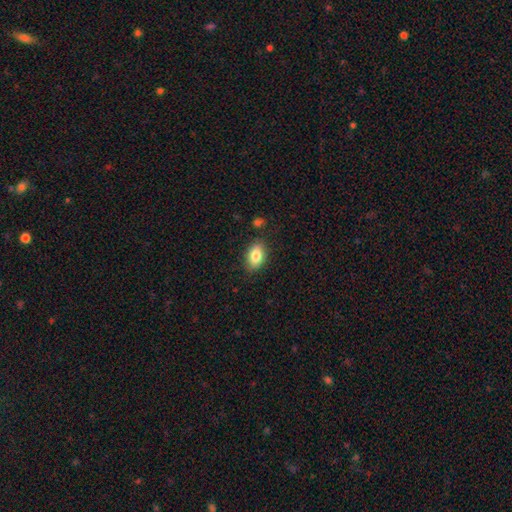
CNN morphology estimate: A smooth galaxy with no disk features (83%) that is in between round and cigar-shaped (89%).

Vote fractions:
- Smooth or featured? smooth: 83% / featured or disk: 9% / star or artifact: 8%
- How rounded? in between: 89% / round: 9% / cigar-shaped: 2%
- Merging? none: 83% / minor disturbance: 12% / major disturbance: 3% / merger: 2%